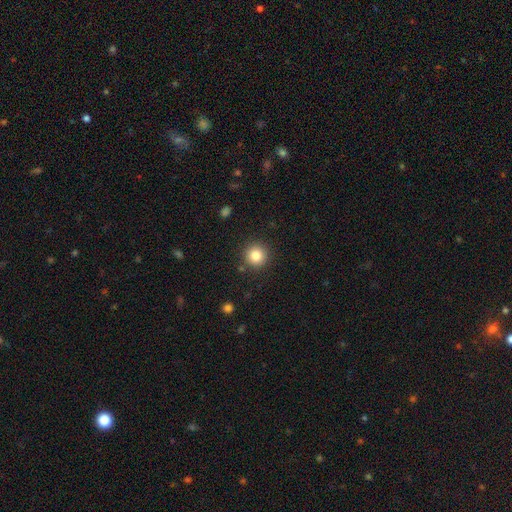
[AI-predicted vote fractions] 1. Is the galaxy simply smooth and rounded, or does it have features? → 84% smooth, 11% star or artifact, 6% featured or disk.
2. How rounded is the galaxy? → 95% round, 4% in between, 1% cigar-shaped.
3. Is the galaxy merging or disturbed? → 89% none, 6% minor disturbance, 2% major disturbance, 2% merger.